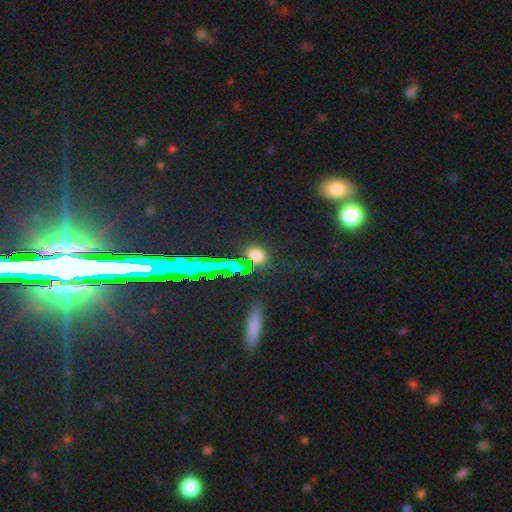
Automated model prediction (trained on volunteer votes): Overall: smooth (57%; star or artifact 36%). How rounded: round (57%; in between 38%). Merging: none (82%).